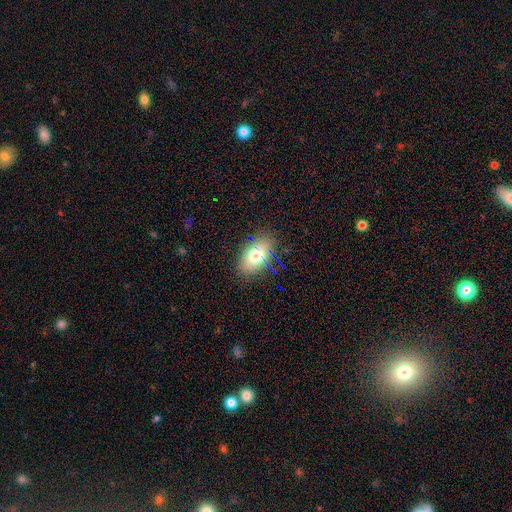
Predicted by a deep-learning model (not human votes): smooth_or_featured: smooth (p=0.74) [alt: featured or disk p=0.16]
how_rounded: in between (p=0.88) [alt: round p=0.09]
merging: none (p=0.81) [alt: minor disturbance p=0.13]